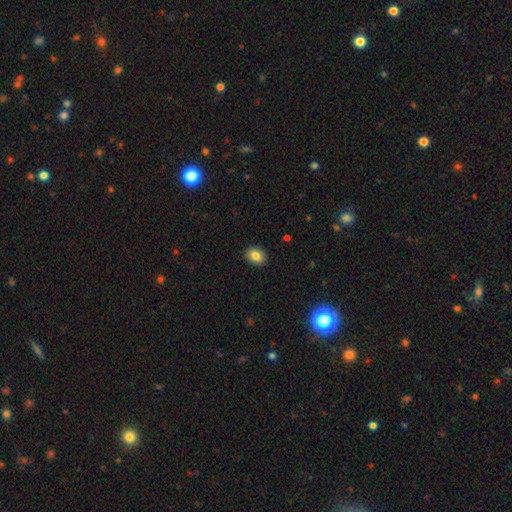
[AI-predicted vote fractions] This is clearly a smooth galaxy (83%). How rounded: possibly in between (57%). Merging: clearly none (89%).